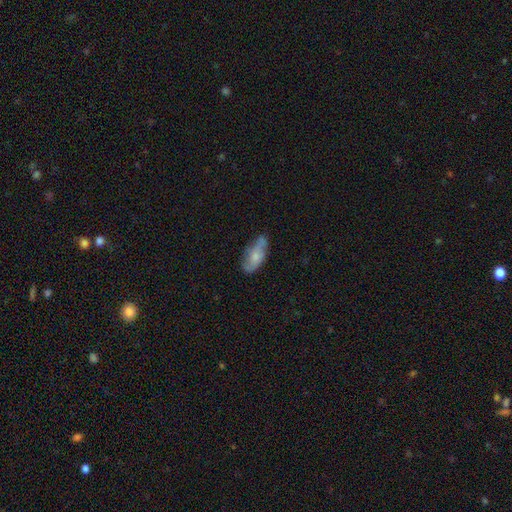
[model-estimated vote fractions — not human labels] The model was most divided on "smooth or featured": smooth: 49%, featured or disk: 44%, star or artifact: 7%. More confident: merging — none (63%).